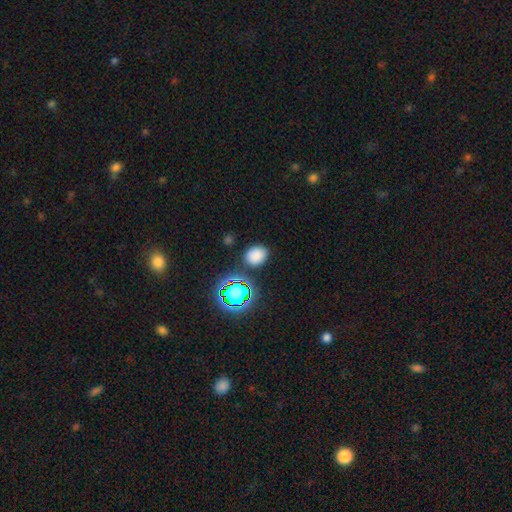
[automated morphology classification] smooth-or-featured: smooth: 77% | star or artifact: 18% | featured or disk: 6%
  how-rounded: in between: 61% | round: 38% | cigar-shaped: 1%
  merging: none: 82% | minor disturbance: 11% | merger: 4% | major disturbance: 3%